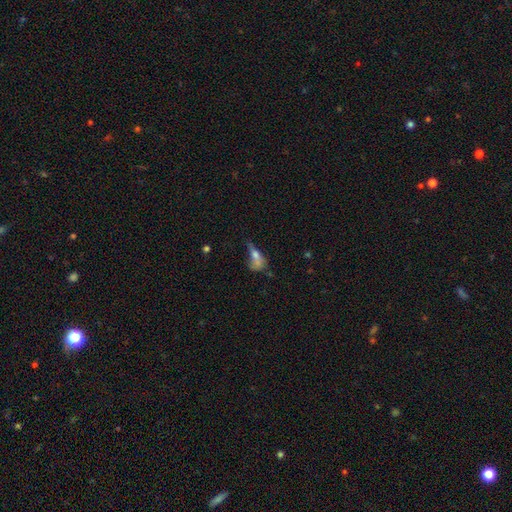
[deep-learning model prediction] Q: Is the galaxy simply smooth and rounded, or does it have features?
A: smooth — 58%.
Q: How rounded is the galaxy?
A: in between — 68%.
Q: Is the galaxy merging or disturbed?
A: major disturbance — 38%.